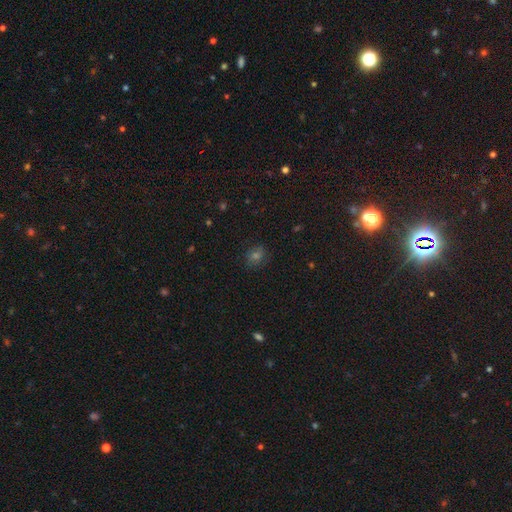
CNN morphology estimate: Overall: smooth (55%; star or artifact 33%). How rounded: round (69%; in between 30%). Merging: none (84%).